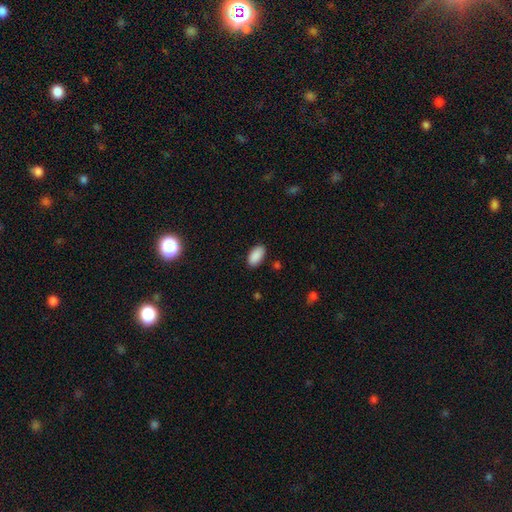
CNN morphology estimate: smooth-or-featured: smooth: 90% | star or artifact: 7% | featured or disk: 3%
  how-rounded: in between: 95% | round: 3% | cigar-shaped: 2%
  merging: none: 87% | minor disturbance: 9% | major disturbance: 2% | merger: 1%